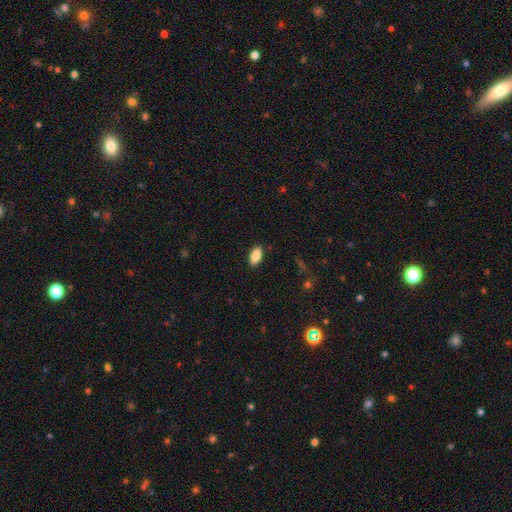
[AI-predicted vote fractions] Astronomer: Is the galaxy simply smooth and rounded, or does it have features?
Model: smooth — 85%.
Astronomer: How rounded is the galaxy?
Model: in between — 89%.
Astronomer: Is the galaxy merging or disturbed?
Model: none — 89%.